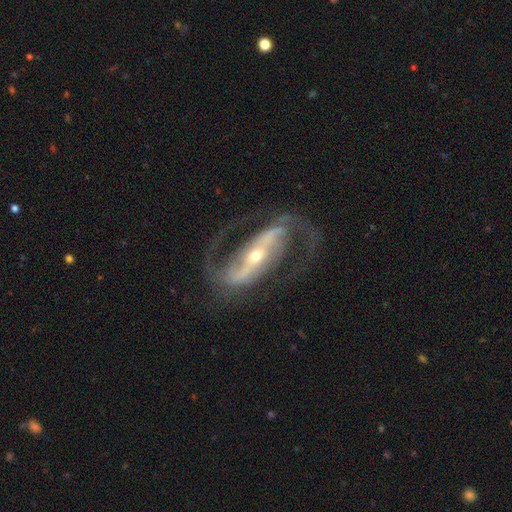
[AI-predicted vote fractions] Smooth or featured? featured or disk (91%)
Edge-on disk? no (94%)
Bar? strong (70%)
Spiral arms? yes (96%)
Spiral winding? medium (57%)
Spiral arm count? 2 (92%)
Bulge size? small (57%)
Merging? none (75%)